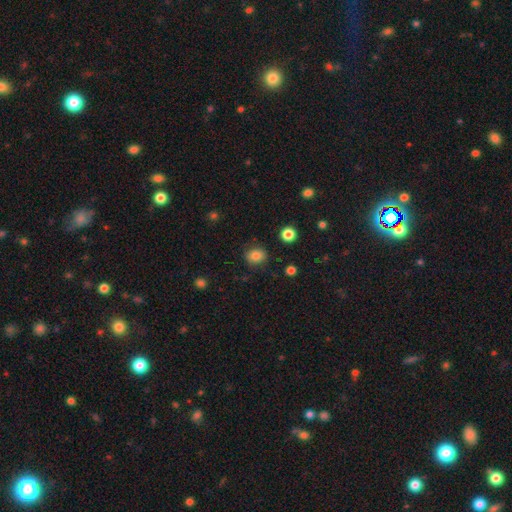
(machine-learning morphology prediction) Q: Smooth or featured?
A: smooth (83%); runner-up: star or artifact (11%)
Q: How rounded?
A: round (66%); runner-up: in between (33%)
Q: Merging?
A: none (86%); runner-up: minor disturbance (9%)